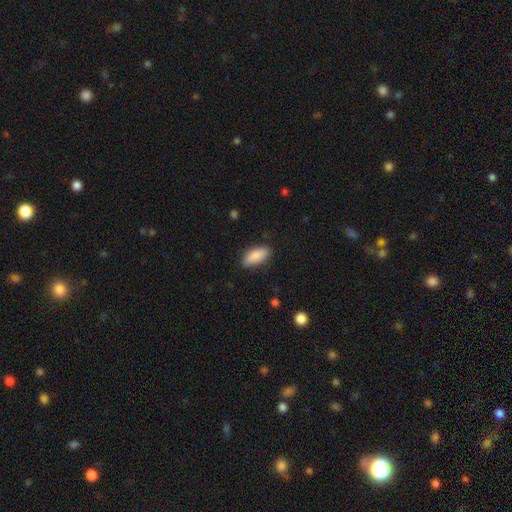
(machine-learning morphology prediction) smooth_or_featured: smooth (p=0.88) [alt: featured or disk p=0.06]
how_rounded: in between (p=0.81) [alt: cigar-shaped p=0.16]
merging: none (p=0.84) [alt: minor disturbance p=0.12]